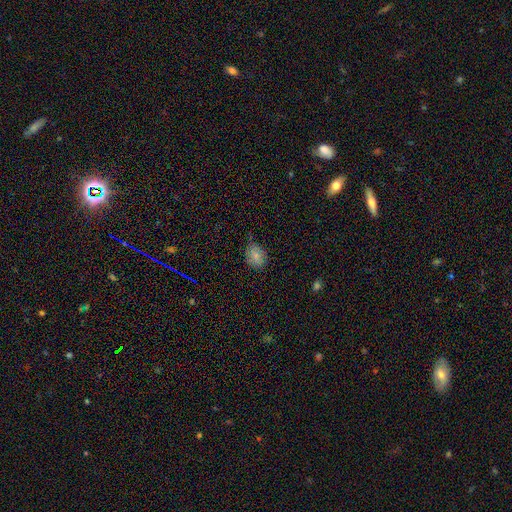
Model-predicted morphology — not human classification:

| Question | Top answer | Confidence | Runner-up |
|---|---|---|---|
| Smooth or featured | smooth | 78% | featured or disk (11%) |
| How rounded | in between | 70% | round (28%) |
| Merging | none | 73% | minor disturbance (22%) |